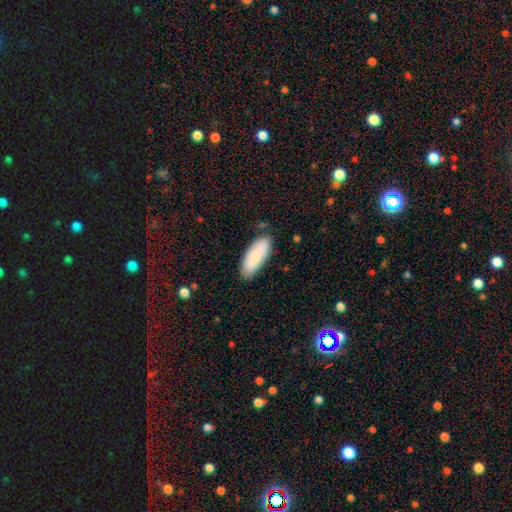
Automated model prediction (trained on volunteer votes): smooth-or-featured: smooth: 80% | featured or disk: 14% | star or artifact: 6%
  how-rounded: in between: 80% | cigar-shaped: 18% | round: 2%
  merging: none: 81% | minor disturbance: 14% | merger: 3% | major disturbance: 3%